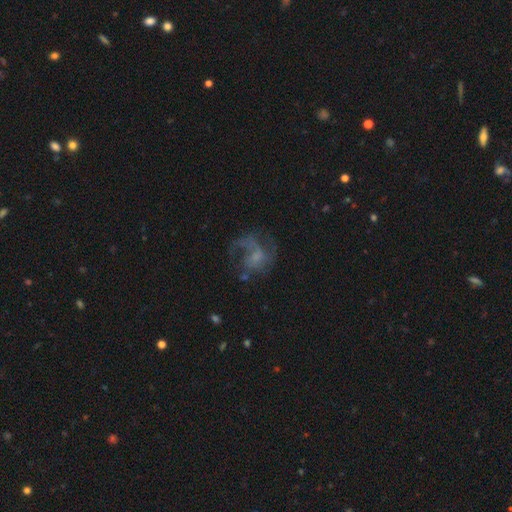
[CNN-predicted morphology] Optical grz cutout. It shows a featured or disk galaxy (66%) with no bar (68%), spiral arms (76%) and a small central bulge (40%). Merging: major disturbance (40%, tied with none).